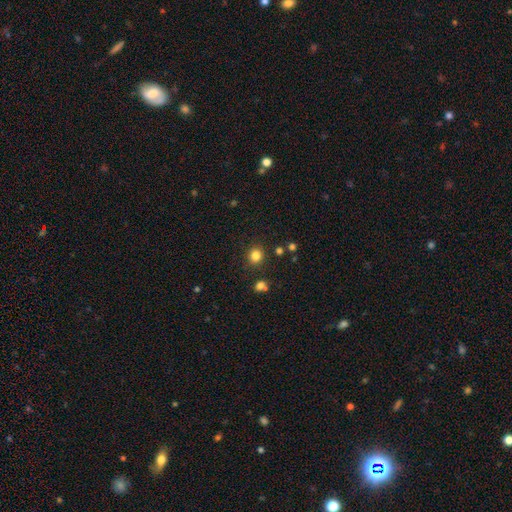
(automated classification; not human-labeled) Smooth or featured?
  - smooth: 82% *
  - star or artifact: 14%
  - featured or disk: 5%
How rounded?
  - round: 85% *
  - in between: 14%
  - cigar-shaped: 1%
Merging?
  - none: 86% *
  - minor disturbance: 7%
  - merger: 4%
  - major disturbance: 3%